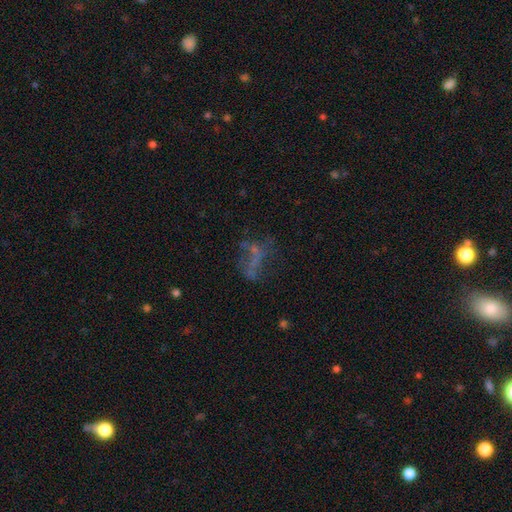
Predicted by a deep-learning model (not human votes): featured or disk 40%, star or artifact 32%, smooth 29%. Down the decision tree: merging — none (46%).